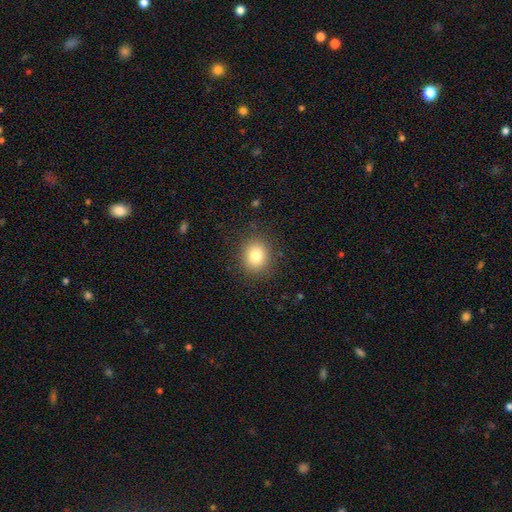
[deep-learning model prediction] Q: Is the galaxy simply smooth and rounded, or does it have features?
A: smooth — 80%.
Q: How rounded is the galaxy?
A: round — 73%.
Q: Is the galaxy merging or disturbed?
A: none — 88%.